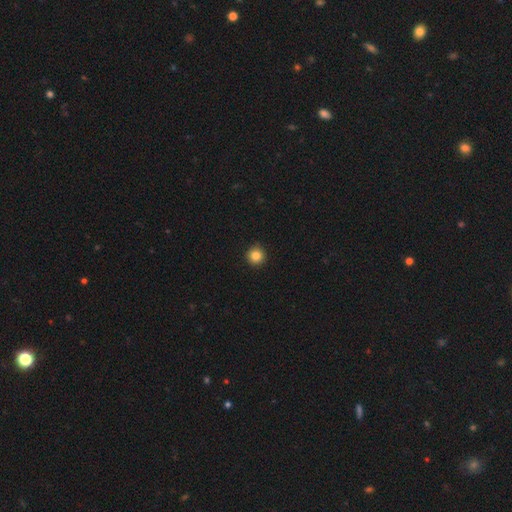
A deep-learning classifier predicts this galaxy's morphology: smooth 84%, star or artifact 11%, featured or disk 5%. Down the decision tree: how rounded — round (96%); merging — none (93%).